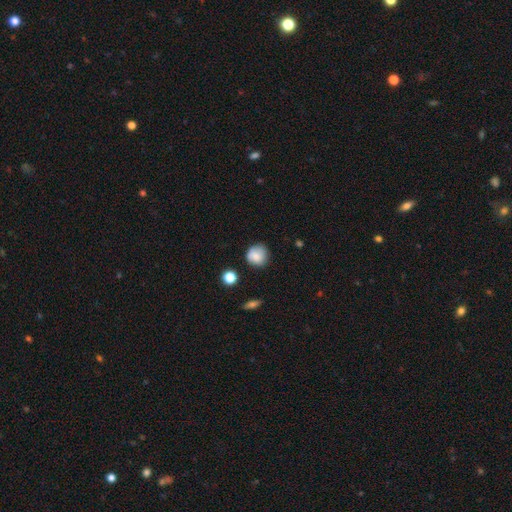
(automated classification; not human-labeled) This is clearly a smooth galaxy (82%). How rounded: clearly round (88%). Merging: likely none (76%).